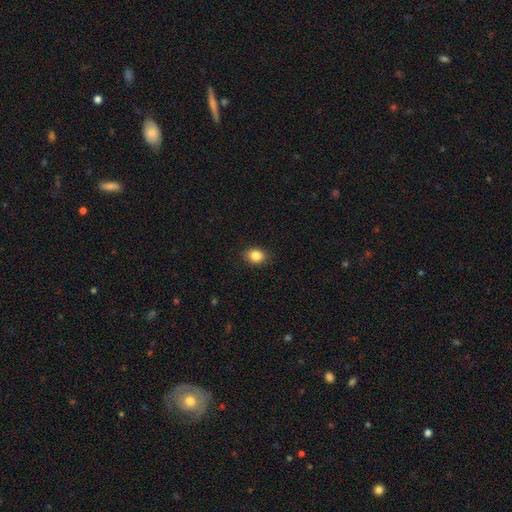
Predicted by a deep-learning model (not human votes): This appears to be a smooth galaxy with no disk features (85%) that is in between round and cigar-shaped (57%). Merging: none (88%).